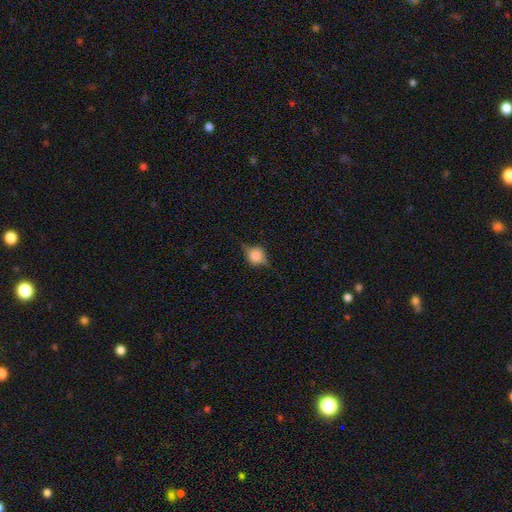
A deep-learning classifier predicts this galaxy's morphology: Smooth or featured: featured or disk — 47% (smooth — 42%)
Merging: none — 72% (minor disturbance — 20%)